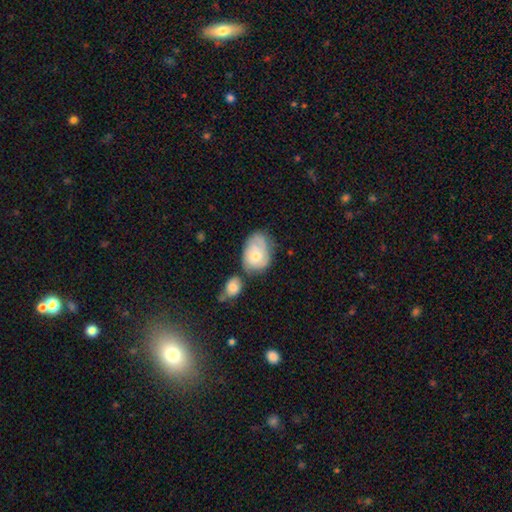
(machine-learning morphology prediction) The model was most divided on "smooth or featured": featured or disk: 51%, smooth: 42%, star or artifact: 7%. Remaining: edge-on disk — no (96%); merging — none (45%).